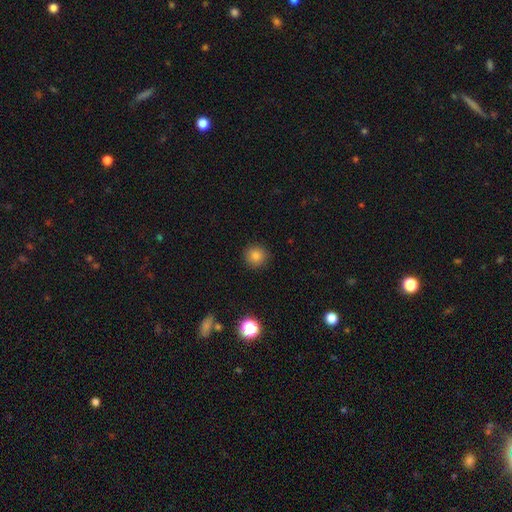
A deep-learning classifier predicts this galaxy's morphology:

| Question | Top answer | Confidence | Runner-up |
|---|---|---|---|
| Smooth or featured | smooth | 82% | star or artifact (12%) |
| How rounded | round | 94% | in between (5%) |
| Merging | none | 90% | minor disturbance (7%) |